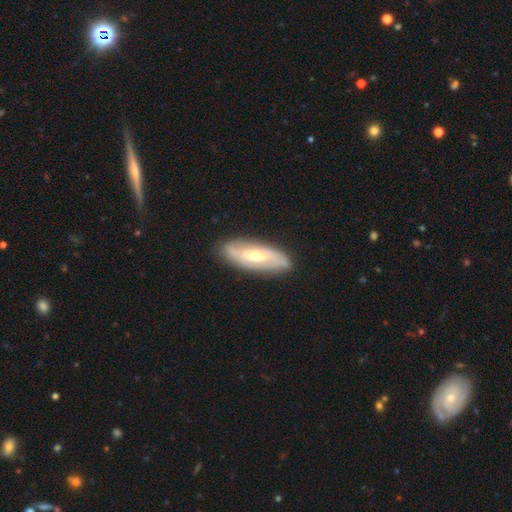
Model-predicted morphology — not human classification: featured or disk 65%, smooth 30%, star or artifact 6%. Down the decision tree: edge-on disk — no (82%); bar — weak (42%); spiral arms — yes (76%); bulge size — moderate (57%); merging — none (85%).